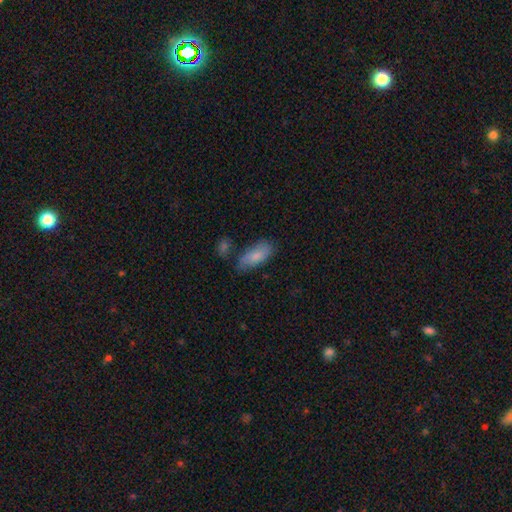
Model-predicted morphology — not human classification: The model was most divided on "merging": none: 63%, minor disturbance: 23%, merger: 8%, major disturbance: 6%. More confident: how rounded — in between (82%); smooth or featured — smooth (82%).